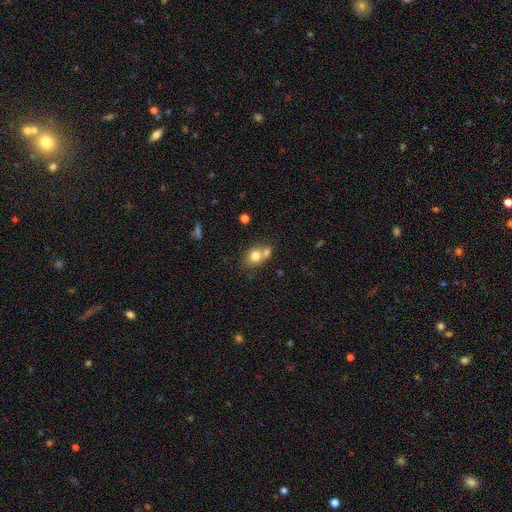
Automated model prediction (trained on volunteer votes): Morphology: type=smooth (77%); roundness=round (65%); merging=merger (45%).